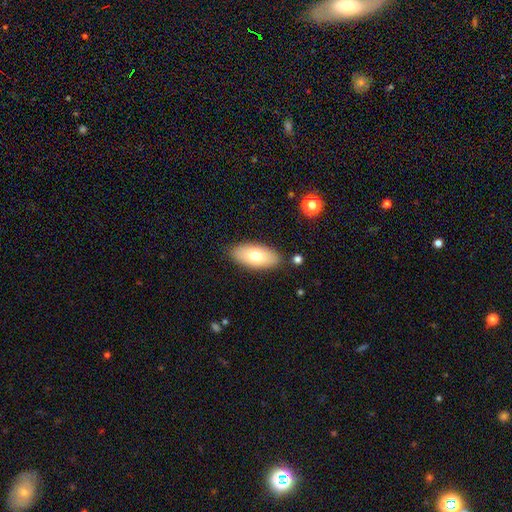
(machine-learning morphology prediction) smooth_or_featured: smooth (p=0.72) [alt: featured or disk p=0.21]
how_rounded: in between (p=0.91) [alt: cigar-shaped p=0.06]
merging: none (p=0.85) [alt: minor disturbance p=0.10]